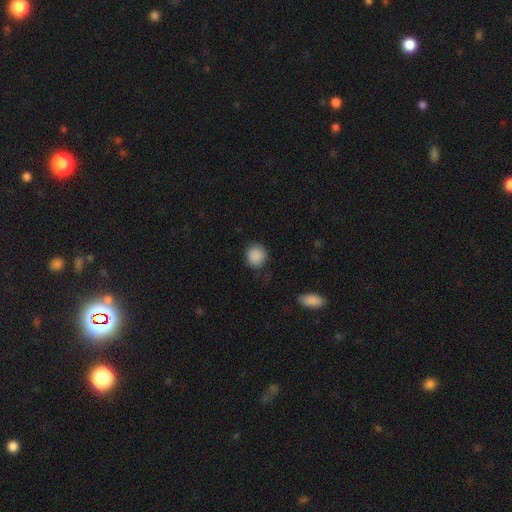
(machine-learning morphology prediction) smooth 89%, star or artifact 8%, featured or disk 3%. Down the decision tree: how rounded — round (89%); merging — none (83%).